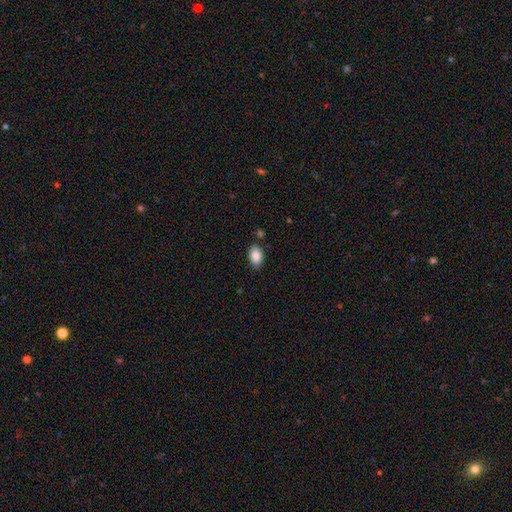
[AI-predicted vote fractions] smooth_or_featured: smooth (p=0.88) [alt: star or artifact p=0.07]
how_rounded: in between (p=0.91) [alt: round p=0.08]
merging: none (p=0.83) [alt: minor disturbance p=0.12]